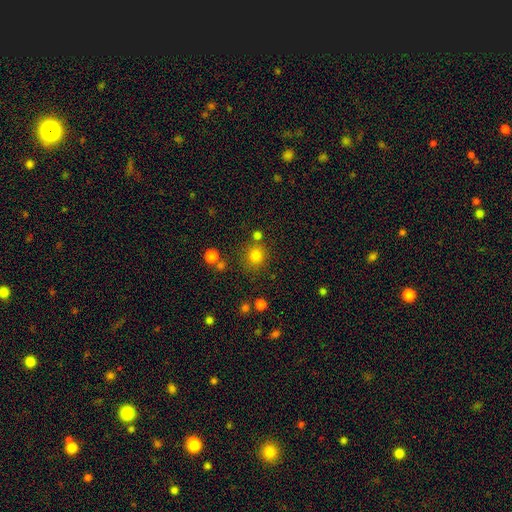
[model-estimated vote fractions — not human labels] Smooth or featured? Predicted: smooth (p=0.80). How rounded? Predicted: round (p=0.89). Merging? Predicted: none (p=0.79).